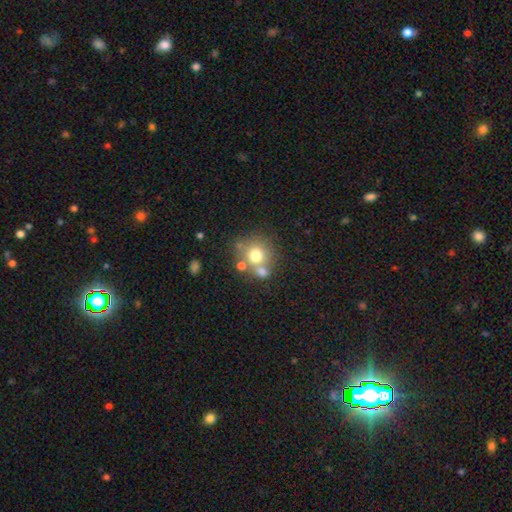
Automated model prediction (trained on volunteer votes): This is likely a smooth galaxy (68%). How rounded: clearly round (84%). Merging: possibly none (53%).